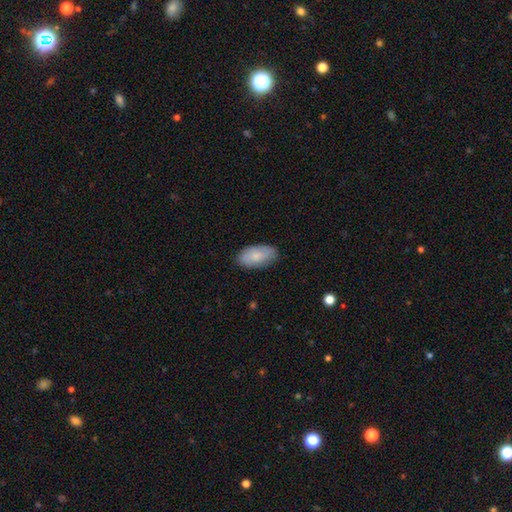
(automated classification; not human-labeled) smooth 76%, featured or disk 19%, star or artifact 6%. Down the decision tree: how rounded — in between (94%); merging — none (84%).